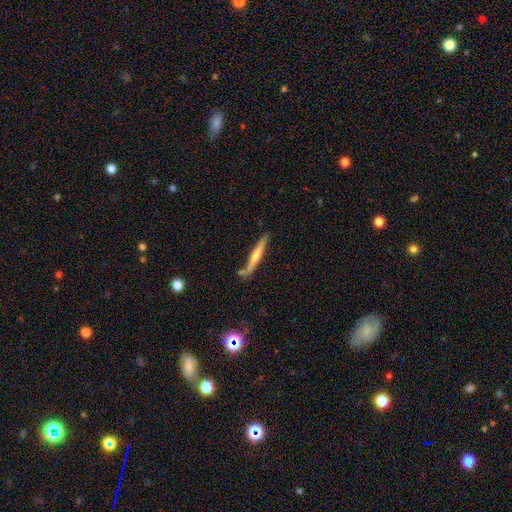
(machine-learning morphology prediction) This appears to be a featured or disk galaxy (55%) viewed edge-on (94%) with a rounded central bulge (60%). Merging: none (69%).